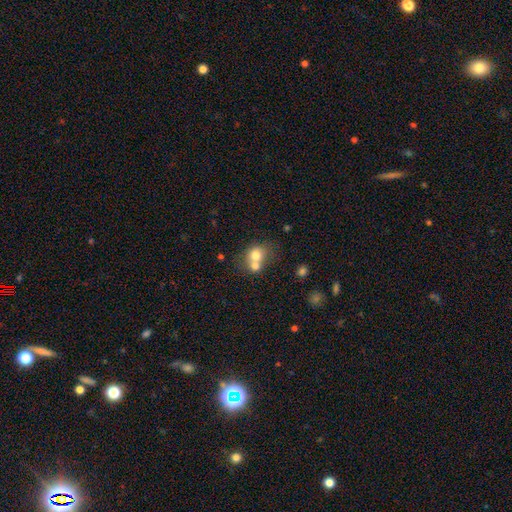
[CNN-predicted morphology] smooth_or_featured: smooth (p=0.71) [alt: featured or disk p=0.18]
how_rounded: round (p=0.66) [alt: in between p=0.33]
merging: merger (p=0.63) [alt: none p=0.27]